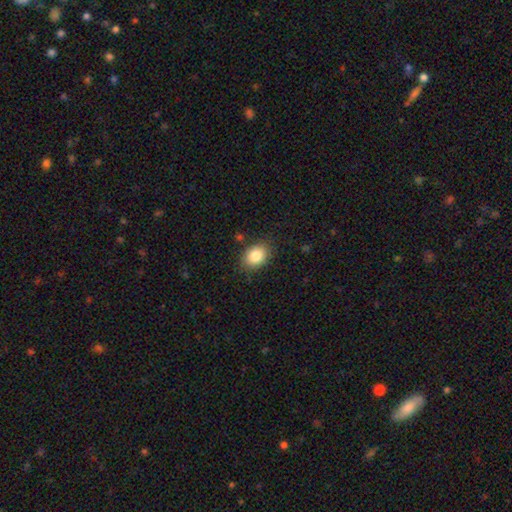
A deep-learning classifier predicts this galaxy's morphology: smooth 85%, star or artifact 8%, featured or disk 7%. Down the decision tree: how rounded — in between (71%); merging — none (83%).